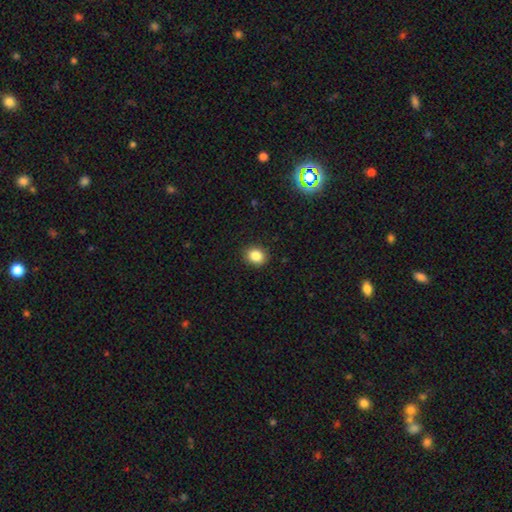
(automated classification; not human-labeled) The model was most divided on "how rounded": round: 69%, in between: 30%, cigar-shaped: 1%. More confident: merging — none (90%); smooth or featured — smooth (85%).